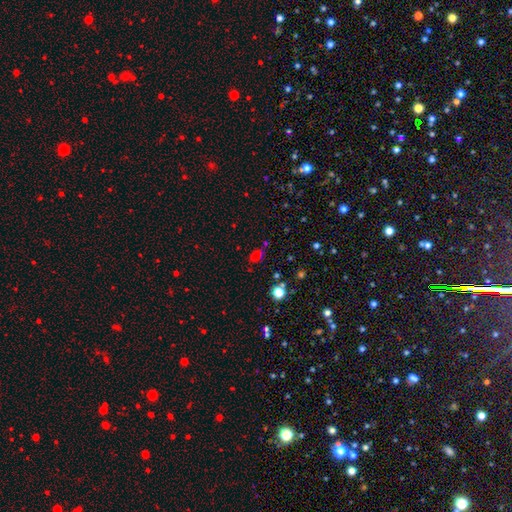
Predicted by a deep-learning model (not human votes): Morphology: type=smooth (58%); roundness=round (50%); merging=none (65%).